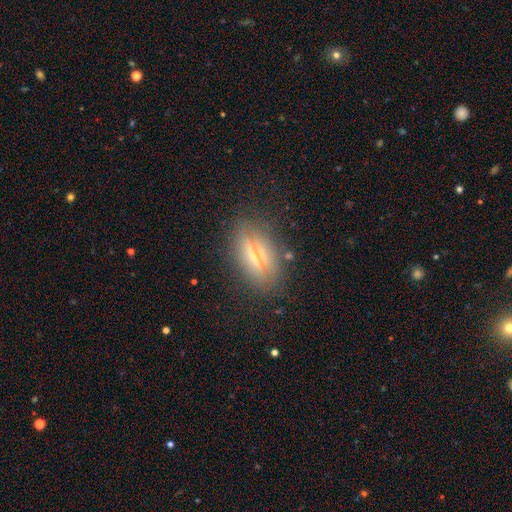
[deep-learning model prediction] Overall: featured or disk (44%; smooth 41%). Merging: none (80%).